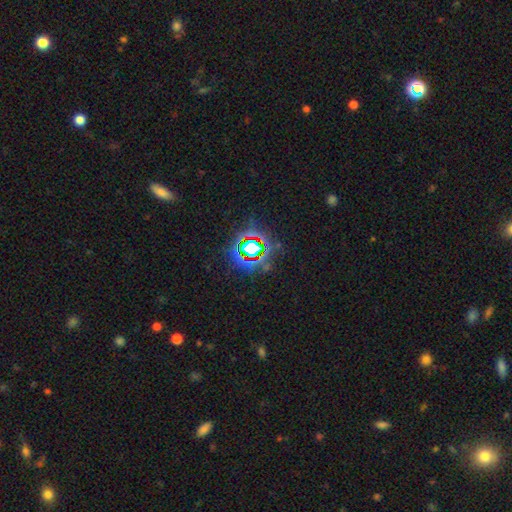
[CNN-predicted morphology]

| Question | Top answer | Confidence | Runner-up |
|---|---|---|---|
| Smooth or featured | star or artifact | 79% | smooth (12%) |